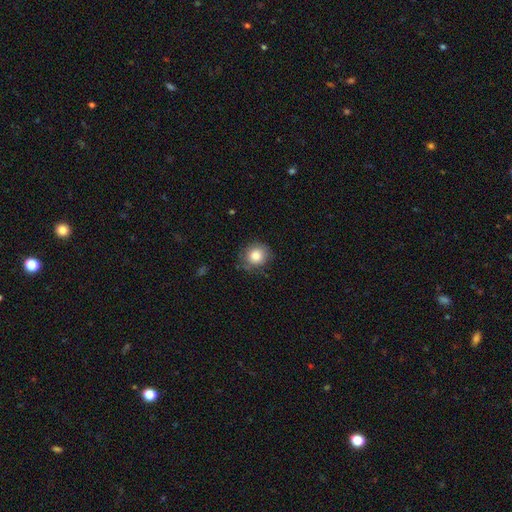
Smooth or featured?
  - smooth: 89% *
  - featured or disk: 8%
  - star or artifact: 3%
How rounded?
  - round: 79% *
  - in between: 21%
  - cigar-shaped: 0%
Merging?
  - none: 75% *
  - minor disturbance: 19%
  - major disturbance: 6%
  - merger: 0%